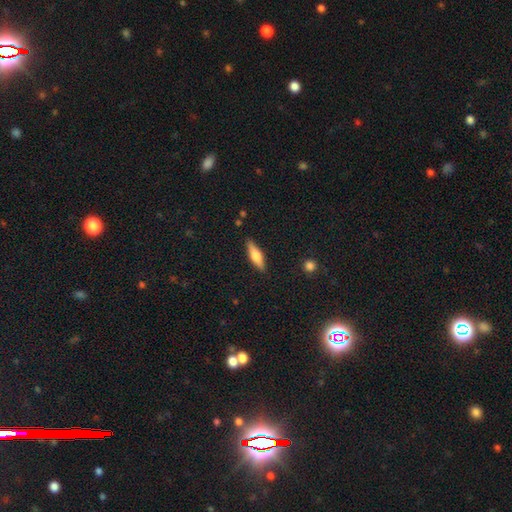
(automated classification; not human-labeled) Smooth or featured? smooth (55%)
How rounded? cigar-shaped (62%)
Merging? none (88%)